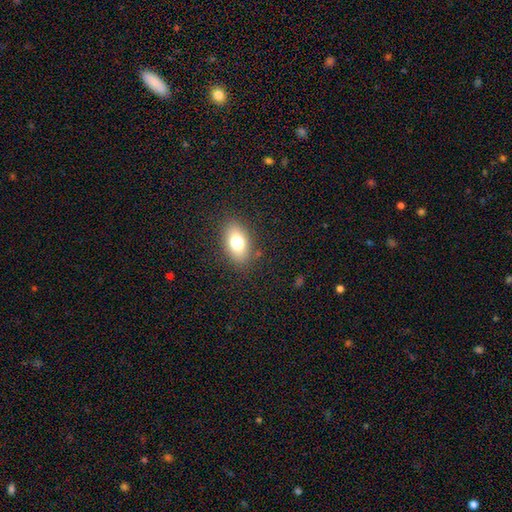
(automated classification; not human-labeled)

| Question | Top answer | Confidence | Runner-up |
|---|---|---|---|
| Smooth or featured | smooth | 71% | star or artifact (16%) |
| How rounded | in between | 79% | round (17%) |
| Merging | none | 90% | minor disturbance (7%) |